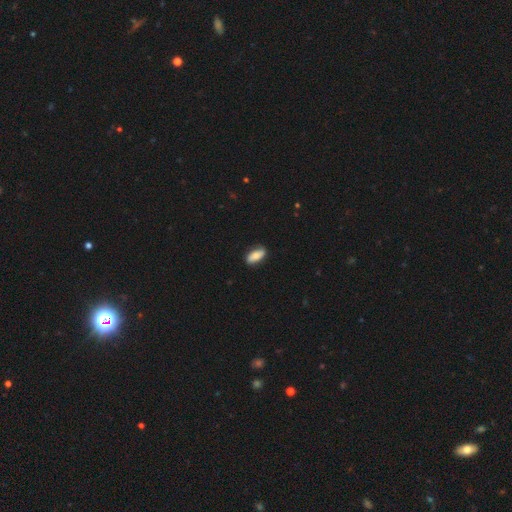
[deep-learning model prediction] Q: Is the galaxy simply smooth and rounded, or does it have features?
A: smooth — 72%.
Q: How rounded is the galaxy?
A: in between — 86%.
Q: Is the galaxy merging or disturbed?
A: none — 85%.